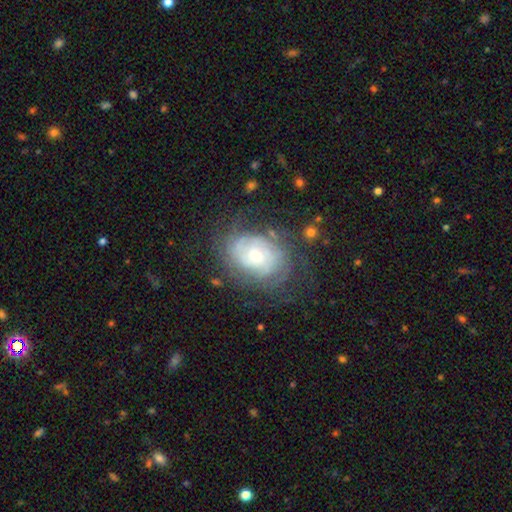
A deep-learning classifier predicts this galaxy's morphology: Smooth or featured? featured or disk (75%)
Edge-on disk? no (96%)
Bar? no (73%)
Spiral arms? yes (87%)
Spiral winding? tight (66%)
Spiral arm count? can't tell (54%)
Bulge size? moderate (48%)
Merging? none (64%)